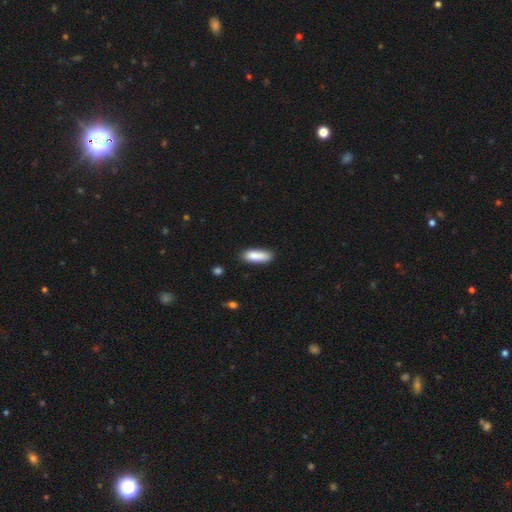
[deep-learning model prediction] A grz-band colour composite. It shows a smooth galaxy with no disk features (84%) that is in between round and cigar-shaped (60%). Merging: none (76%).